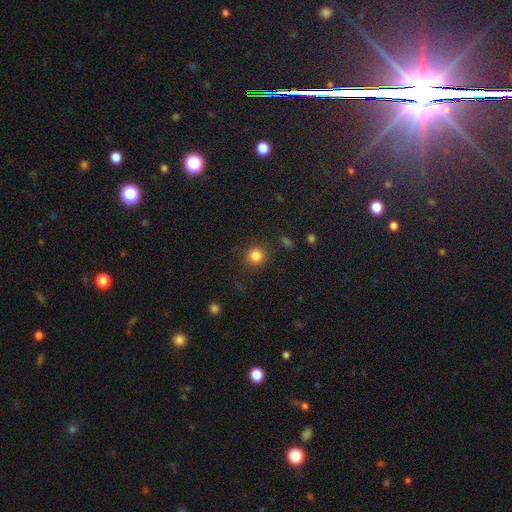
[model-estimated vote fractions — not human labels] smooth_or_featured: smooth (p=0.83) [alt: star or artifact p=0.12]
how_rounded: round (p=0.89) [alt: in between p=0.10]
merging: none (p=0.86) [alt: minor disturbance p=0.09]